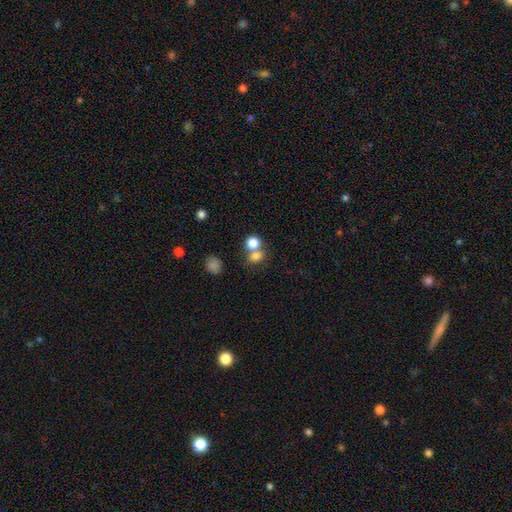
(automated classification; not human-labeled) Smooth or featured? Predicted: smooth (p=0.76). How rounded? Predicted: round (p=0.61). Merging? Predicted: merger (p=0.45).